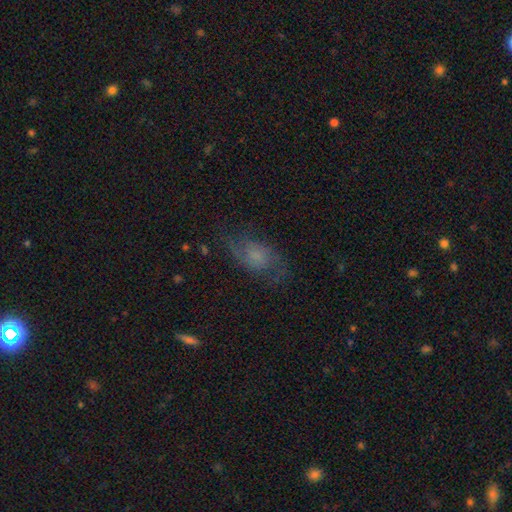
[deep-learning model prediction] smooth_or_featured: featured or disk (p=0.55) [alt: smooth p=0.33]
disk_edge_on: no (p=0.95) [alt: yes p=0.05]
bar: no (p=0.66) [alt: weak p=0.29]
has_spiral_arms: yes (p=0.84) [alt: no p=0.16]
bulge_size: small (p=0.36) [alt: none p=0.31]
merging: none (p=0.63) [alt: minor disturbance p=0.20]